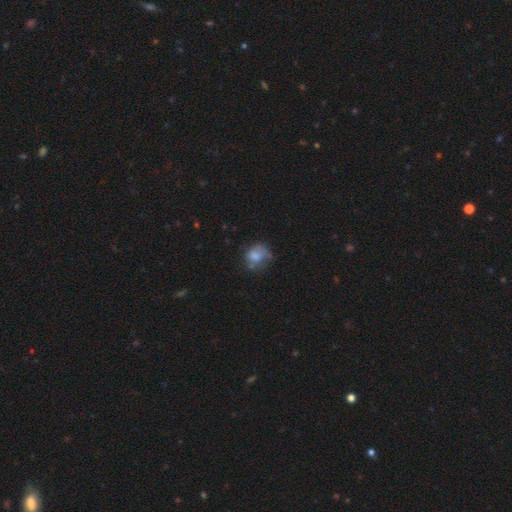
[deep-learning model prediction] smooth_or_featured: smooth (p=0.65) [alt: featured or disk p=0.25]
how_rounded: round (p=0.59) [alt: in between p=0.40]
merging: none (p=0.44) [alt: minor disturbance p=0.29]